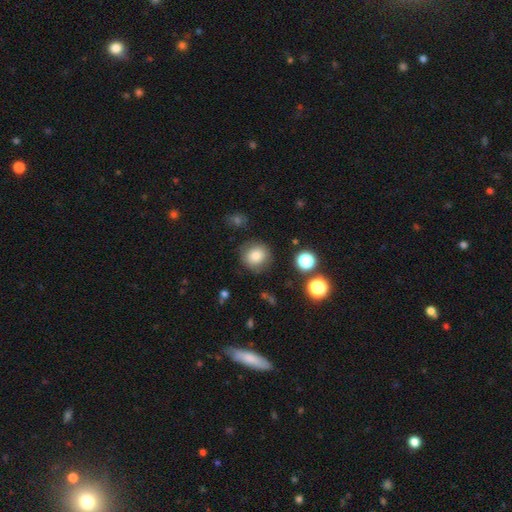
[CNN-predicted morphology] This is clearly a smooth galaxy (81%). How rounded: clearly round (87%). Merging: clearly none (83%).